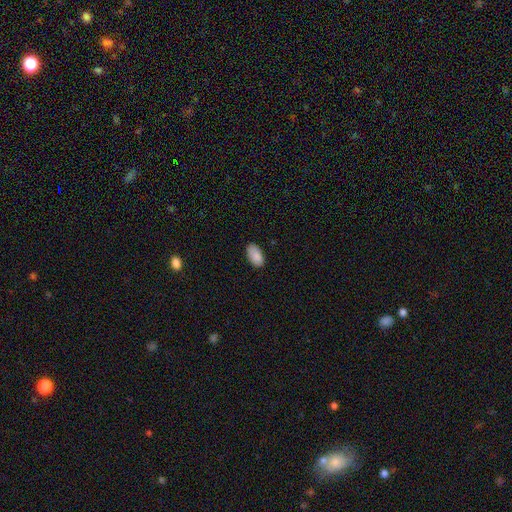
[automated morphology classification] The model was most divided on "merging": none: 82%, minor disturbance: 14%, major disturbance: 2%, merger: 1%. More confident: how rounded — in between (95%); smooth or featured — smooth (88%).